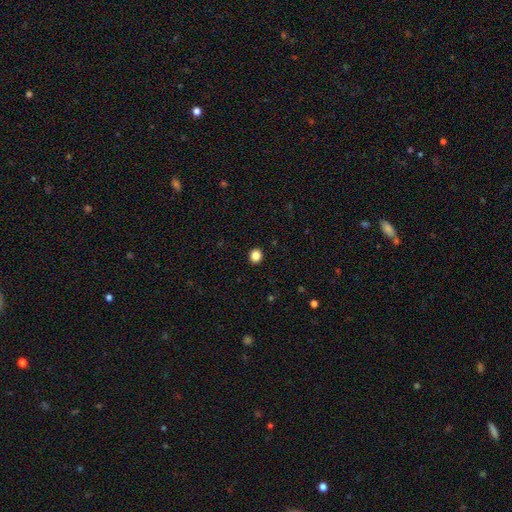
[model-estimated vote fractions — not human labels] A smooth galaxy with no disk features (85%) that is round (84%). Merging: none (93%).